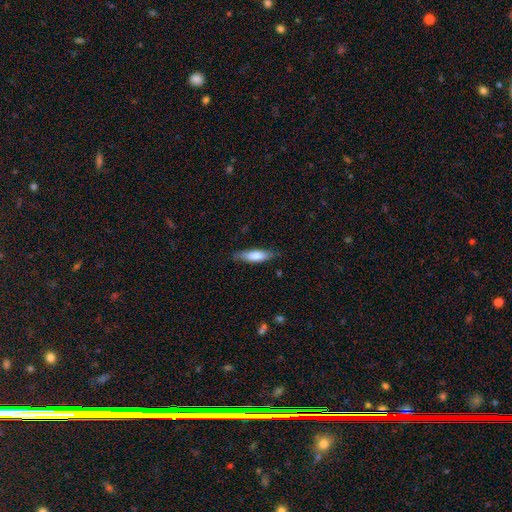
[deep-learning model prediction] smooth 71%, featured or disk 24%, star or artifact 6%. Down the decision tree: how rounded — cigar-shaped (62%); merging — none (82%).